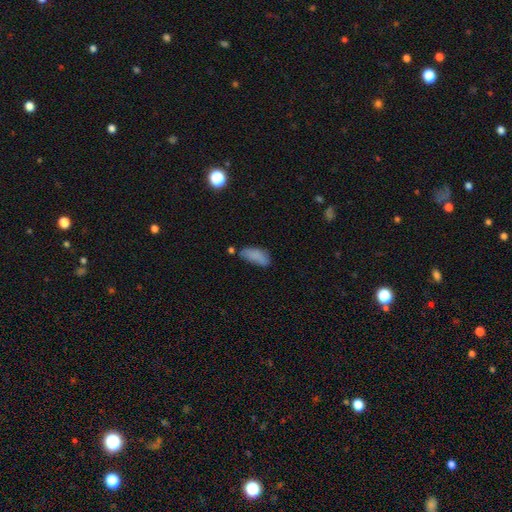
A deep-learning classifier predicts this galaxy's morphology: Smooth or featured: smooth — 81% (star or artifact — 9%)
How rounded: in between — 78% (cigar-shaped — 19%)
Merging: none — 51% (minor disturbance — 29%)